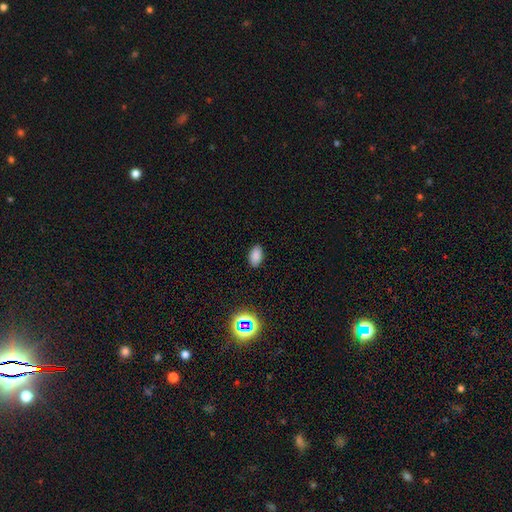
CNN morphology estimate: Overall: smooth (84%). How rounded: in between (92%). Merging: none (88%).